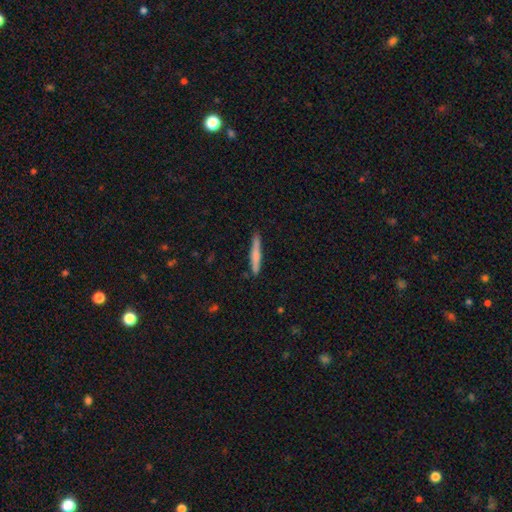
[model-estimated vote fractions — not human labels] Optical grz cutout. It shows a smooth galaxy with no disk features (66%) that is cigar-shaped (95%). Merging: none (87%).